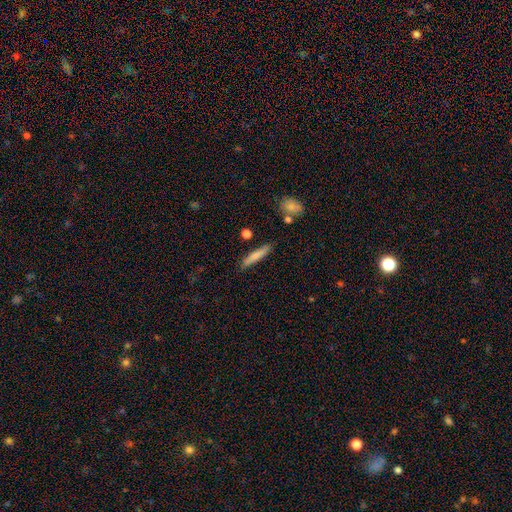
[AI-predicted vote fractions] Smooth or featured?
  - smooth: 74% *
  - featured or disk: 19%
  - star or artifact: 6%
How rounded?
  - cigar-shaped: 89% *
  - in between: 9%
  - round: 2%
Merging?
  - none: 82% *
  - minor disturbance: 12%
  - merger: 3%
  - major disturbance: 3%